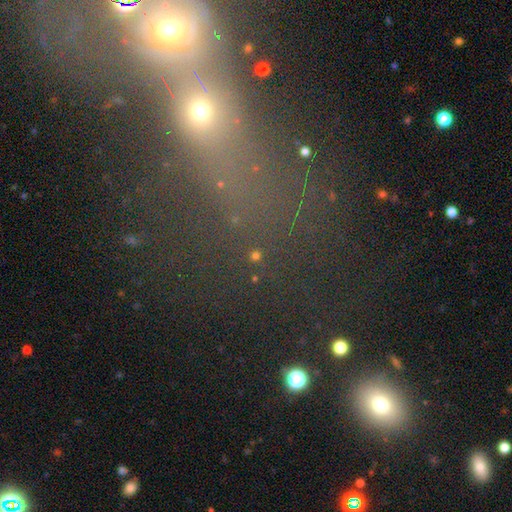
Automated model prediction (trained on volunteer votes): Smooth or featured: star or artifact — 48% (smooth — 44%)